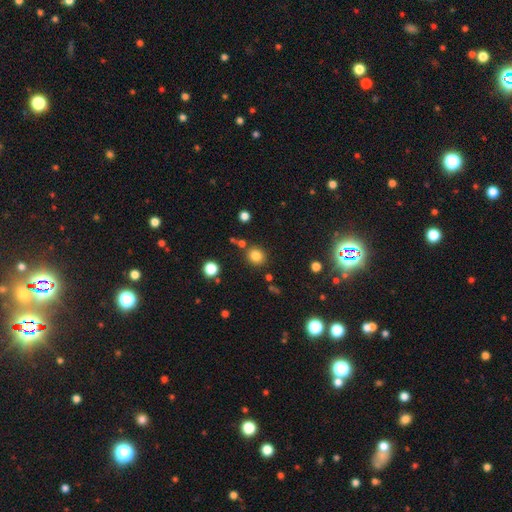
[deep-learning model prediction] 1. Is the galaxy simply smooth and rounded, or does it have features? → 81% smooth, 13% star or artifact, 6% featured or disk.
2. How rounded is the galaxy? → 82% round, 17% in between, 1% cigar-shaped.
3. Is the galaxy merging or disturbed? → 81% none, 9% minor disturbance, 7% merger, 3% major disturbance.